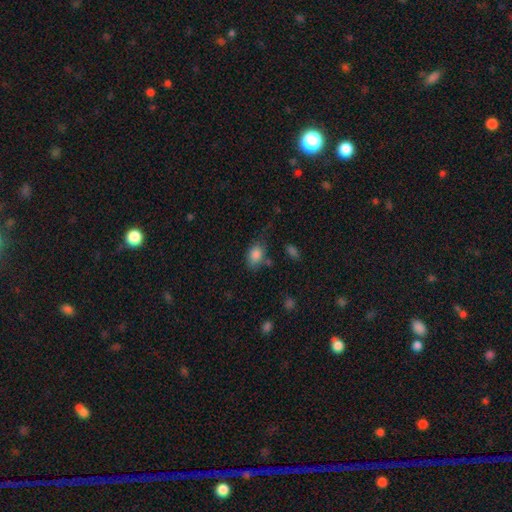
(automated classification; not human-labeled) smooth_or_featured: smooth (p=0.85) [alt: star or artifact p=0.09]
how_rounded: in between (p=0.81) [alt: round p=0.17]
merging: none (p=0.63) [alt: minor disturbance p=0.22]